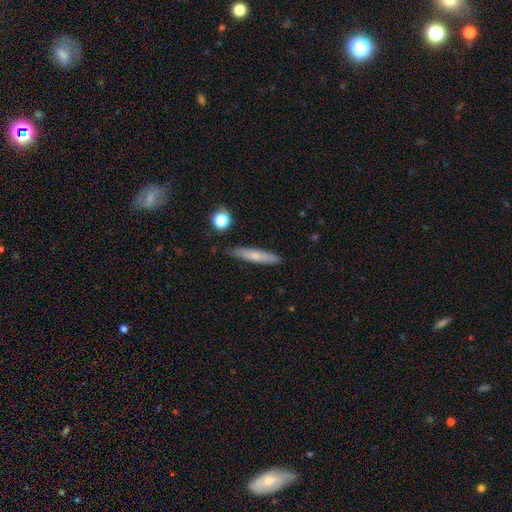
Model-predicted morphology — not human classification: Smooth or featured? smooth (64%)
How rounded? cigar-shaped (88%)
Merging? none (84%)